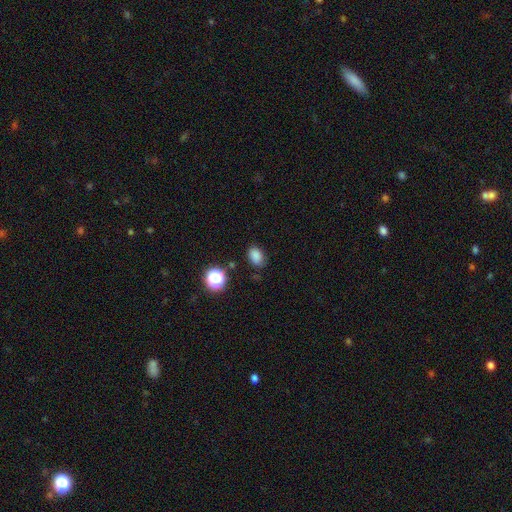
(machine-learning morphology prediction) Smooth or featured? smooth (81%)
How rounded? in between (75%)
Merging? none (79%)